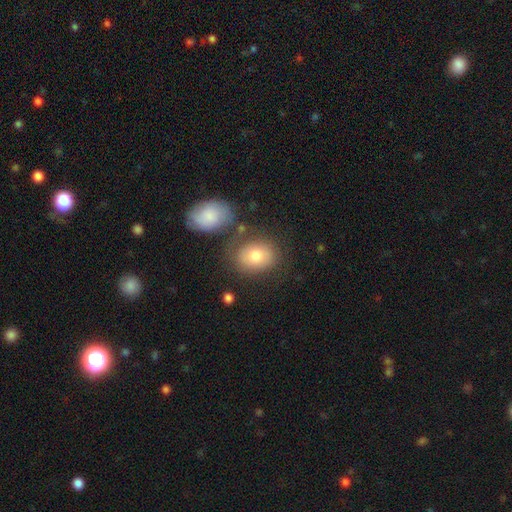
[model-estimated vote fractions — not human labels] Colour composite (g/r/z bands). It shows a smooth galaxy with no disk features (78%) that is in between round and cigar-shaped (50%). Merging: none (68%).